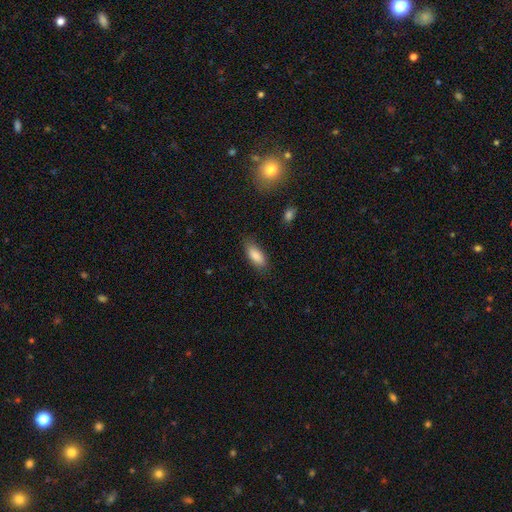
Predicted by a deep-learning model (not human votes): This is clearly a smooth galaxy (86%). How rounded: clearly in between (81%). Merging: clearly none (80%).